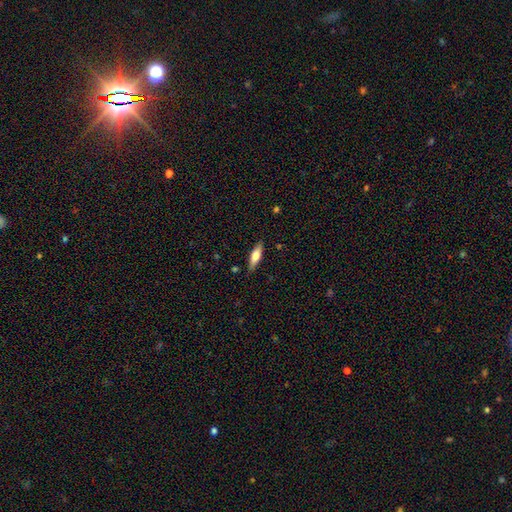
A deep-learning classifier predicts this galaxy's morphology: This appears to be a smooth galaxy with no disk features (60%) that is cigar-shaped (53%). Merging: none (85%).